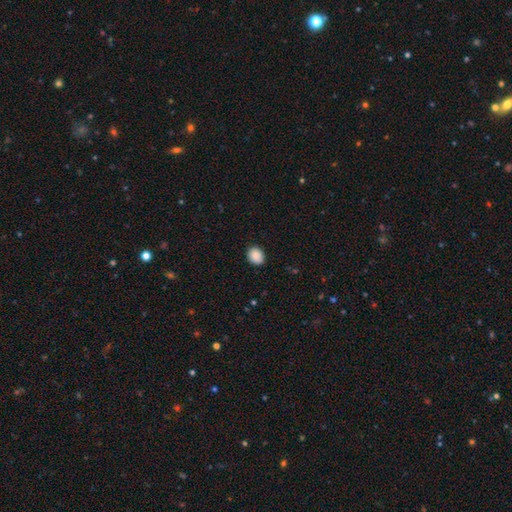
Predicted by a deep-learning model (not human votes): A smooth galaxy with no disk features (89%) that is round (56%). Merging: none (89%).